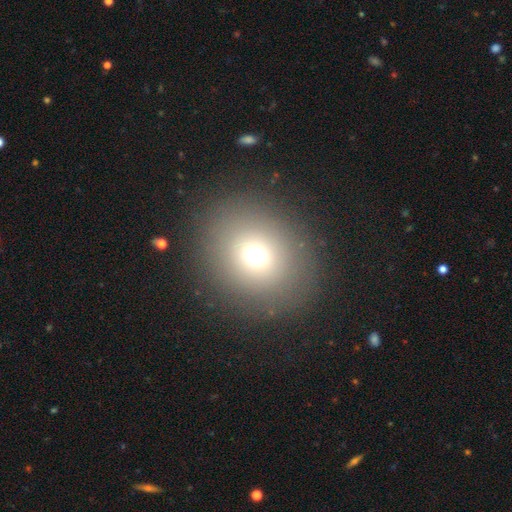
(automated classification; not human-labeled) smooth 68%, star or artifact 18%, featured or disk 13%. Down the decision tree: how rounded — round (65%); merging — none (85%).